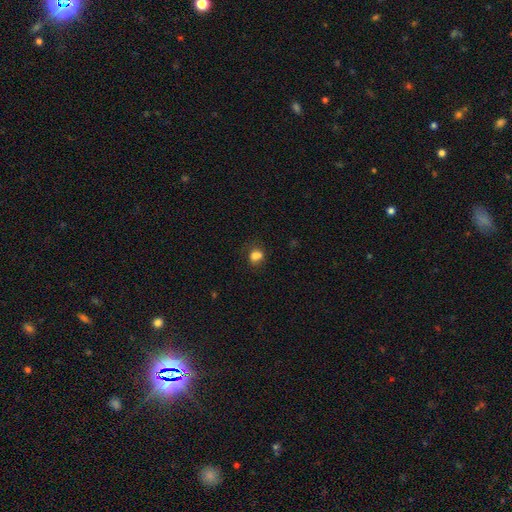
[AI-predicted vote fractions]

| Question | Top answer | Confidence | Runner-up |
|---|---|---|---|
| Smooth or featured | smooth | 79% | star or artifact (13%) |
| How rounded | round | 56% | in between (43%) |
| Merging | none | 53% | minor disturbance (21%) |